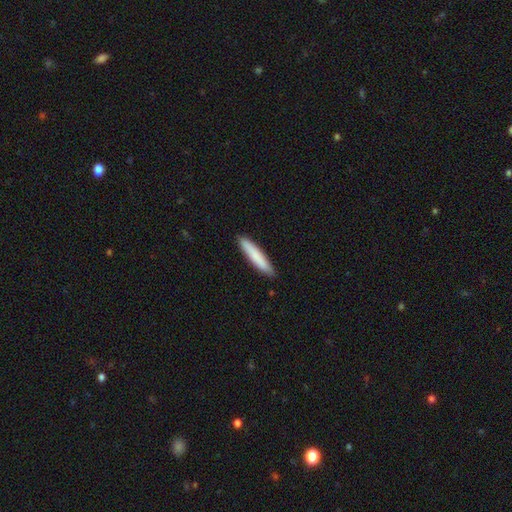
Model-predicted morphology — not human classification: A smooth galaxy with no disk features (82%) that is cigar-shaped (91%). Merging: none (89%).